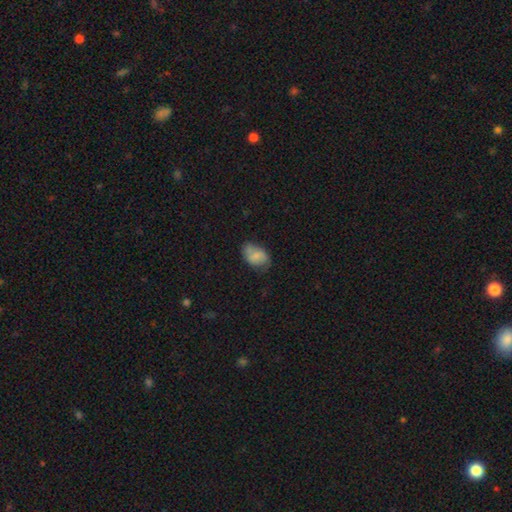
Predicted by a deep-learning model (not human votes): A smooth galaxy with no disk features (71%) that is in between round and cigar-shaped (84%). Merging: none (54%).